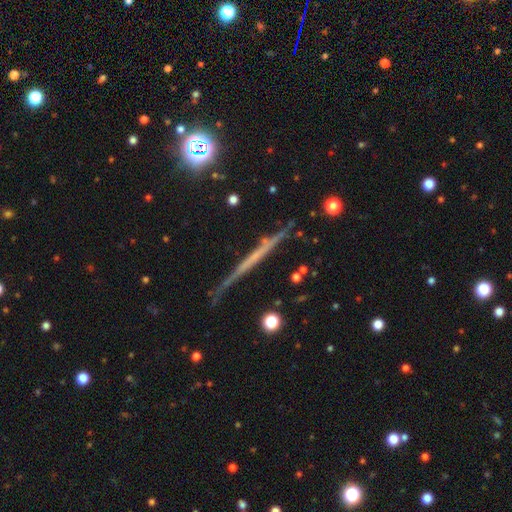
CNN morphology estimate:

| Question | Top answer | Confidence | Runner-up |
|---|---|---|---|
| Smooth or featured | featured or disk | 61% | smooth (29%) |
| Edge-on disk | yes | 96% | no (4%) |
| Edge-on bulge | none | 88% | rounded (7%) |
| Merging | none | 83% | minor disturbance (13%) |